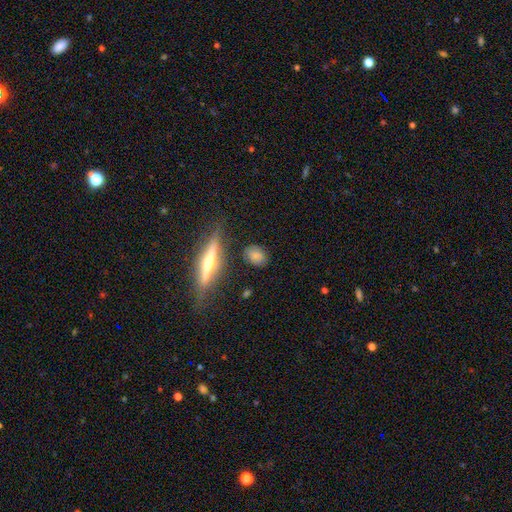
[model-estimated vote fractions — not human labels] Smooth or featured? Predicted: smooth (p=0.71). How rounded? Predicted: in between (p=0.66). Merging? Predicted: none (p=0.80).